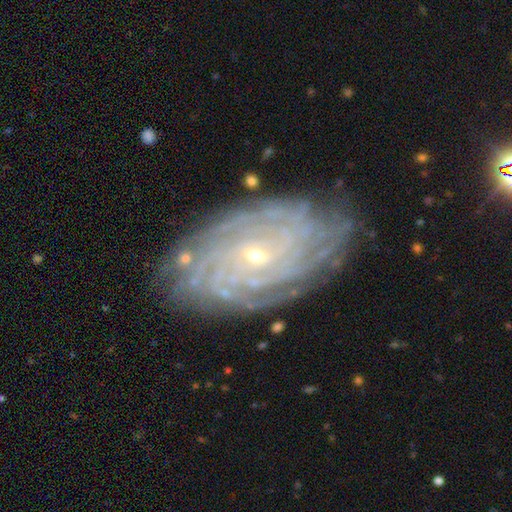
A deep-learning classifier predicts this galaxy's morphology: smooth-or-featured: featured or disk: 89% | star or artifact: 6% | smooth: 5%
  disk-edge-on: no: 96% | yes: 4%
    bar: no: 57% | weak: 32% | strong: 10%
    has-spiral-arms: yes: 98% | no: 2%
      spiral-winding: tight: 82% | medium: 15% | loose: 3%
      spiral-arm-count: more than 4: 31% | can't tell: 23% | 4: 23% | 3: 9% | 2: 8% | 1: 7%
    bulge-size: small: 75% | moderate: 22% | large: 1% | none: 1% | dominant: 1%
  merging: none: 79% | minor disturbance: 15% | major disturbance: 4% | merger: 1%